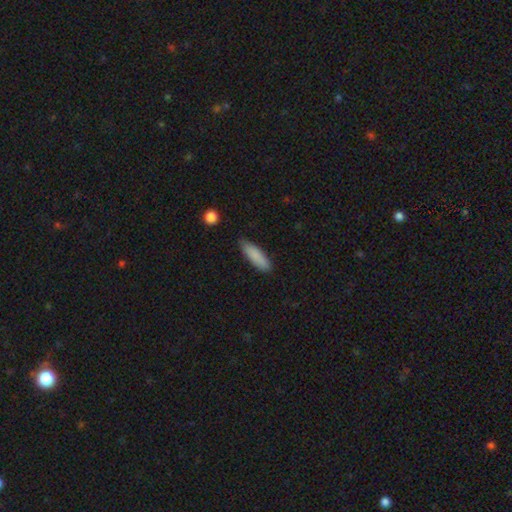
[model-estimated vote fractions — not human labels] Q: Smooth or featured?
A: smooth (86%); runner-up: featured or disk (8%)
Q: How rounded?
A: cigar-shaped (55%); runner-up: in between (44%)
Q: Merging?
A: none (82%); runner-up: minor disturbance (14%)